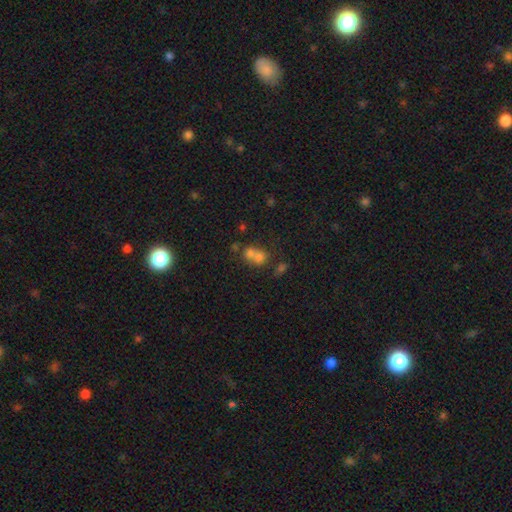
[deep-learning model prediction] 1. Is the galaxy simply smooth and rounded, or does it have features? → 66% smooth, 19% featured or disk, 15% star or artifact.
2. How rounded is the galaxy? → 69% round, 30% in between, 1% cigar-shaped.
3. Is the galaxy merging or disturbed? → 66% merger, 25% none, 6% minor disturbance, 3% major disturbance.